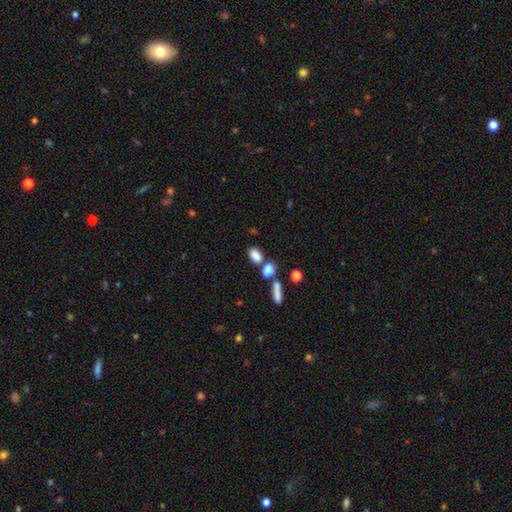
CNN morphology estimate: Q: Smooth or featured?
A: smooth (84%); runner-up: star or artifact (9%)
Q: How rounded?
A: in between (85%); runner-up: round (11%)
Q: Merging?
A: none (51%); runner-up: merger (32%)